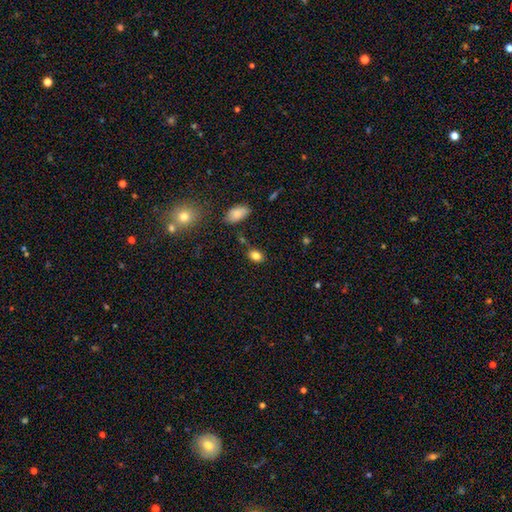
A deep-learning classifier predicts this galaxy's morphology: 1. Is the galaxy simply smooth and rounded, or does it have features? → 82% smooth, 11% star or artifact, 7% featured or disk.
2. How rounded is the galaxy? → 69% in between, 29% round, 2% cigar-shaped.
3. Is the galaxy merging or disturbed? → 76% none, 14% minor disturbance, 6% merger, 4% major disturbance.